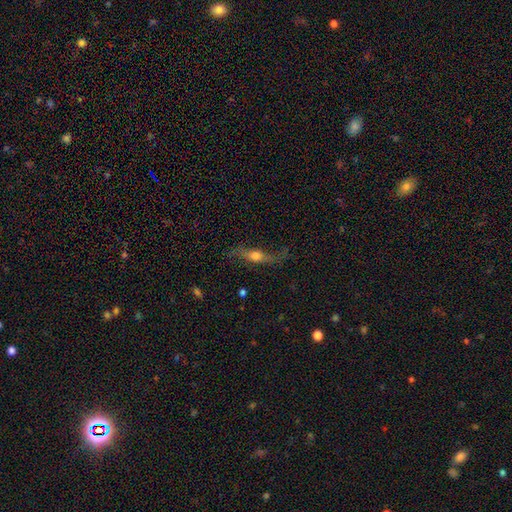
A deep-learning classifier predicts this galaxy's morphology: type=featured or disk (53%); edge-on=yes (63%); merging=none (59%).